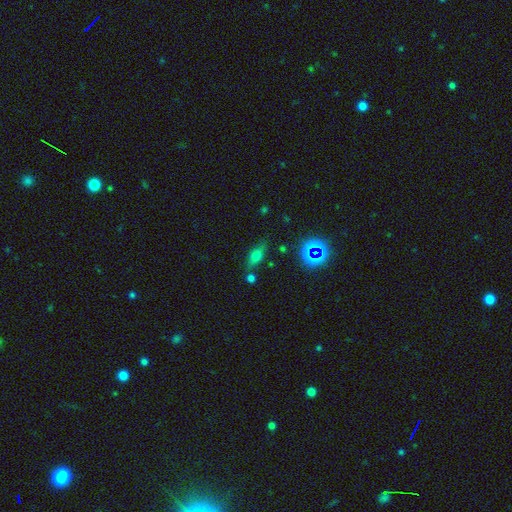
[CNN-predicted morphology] This is possibly a smooth galaxy (58%). How rounded: likely in between (66%). Merging: likely none (72%).